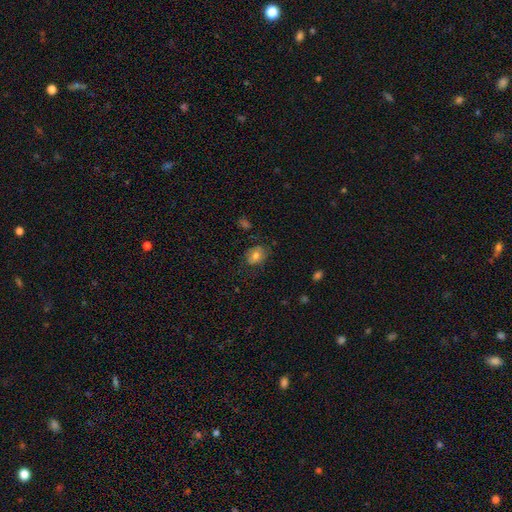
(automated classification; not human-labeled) smooth_or_featured: smooth (p=0.70) [alt: featured or disk p=0.19]
how_rounded: in between (p=0.64) [alt: round p=0.35]
merging: none (p=0.71) [alt: minor disturbance p=0.20]